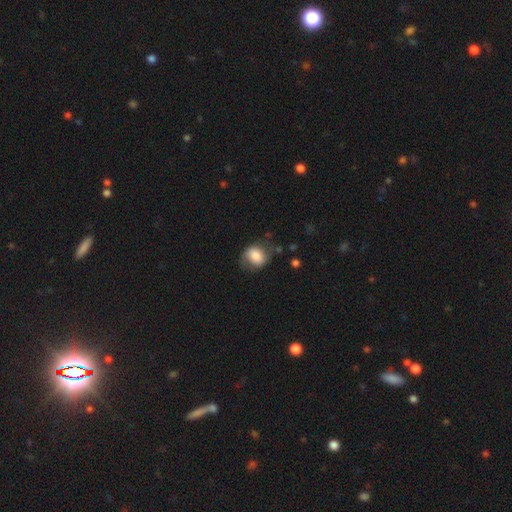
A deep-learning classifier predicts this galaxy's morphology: smooth_or_featured: smooth (p=0.73) [alt: featured or disk p=0.19]
how_rounded: round (p=0.51) [alt: in between p=0.48]
merging: none (p=0.59) [alt: minor disturbance p=0.27]